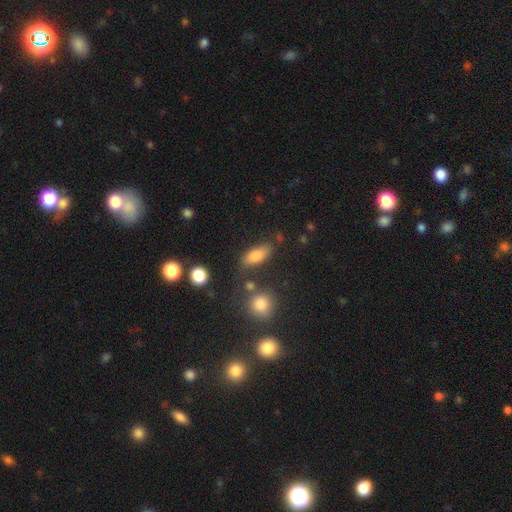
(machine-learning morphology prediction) Smooth or featured? smooth (79%)
How rounded? in between (78%)
Merging? none (70%)